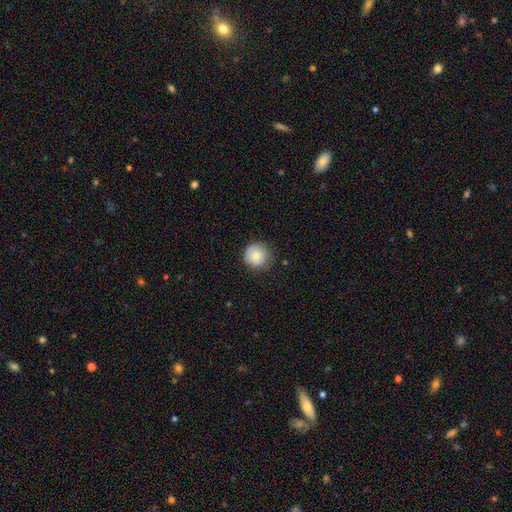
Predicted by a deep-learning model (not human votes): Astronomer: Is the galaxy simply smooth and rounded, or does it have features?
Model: smooth — 81%.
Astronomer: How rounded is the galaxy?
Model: round — 93%.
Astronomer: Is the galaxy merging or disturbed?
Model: none — 78%.